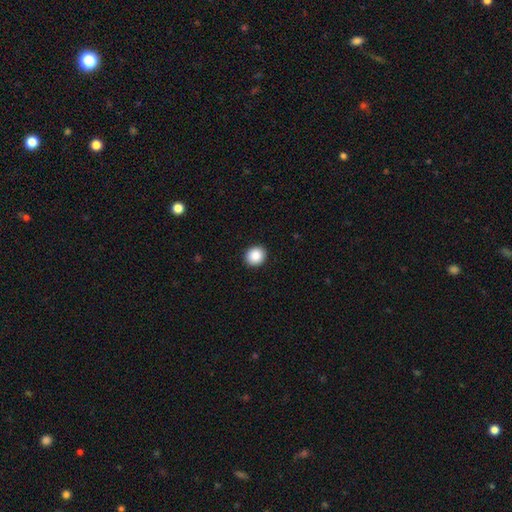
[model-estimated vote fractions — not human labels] Smooth or featured? Predicted: smooth (p=0.88). How rounded? Predicted: round (p=0.80). Merging? Predicted: none (p=0.92).